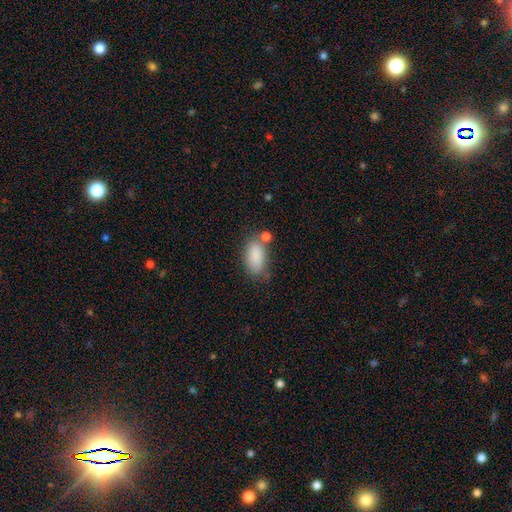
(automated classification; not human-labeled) Smooth or featured? smooth (85%)
How rounded? in between (90%)
Merging? none (58%)